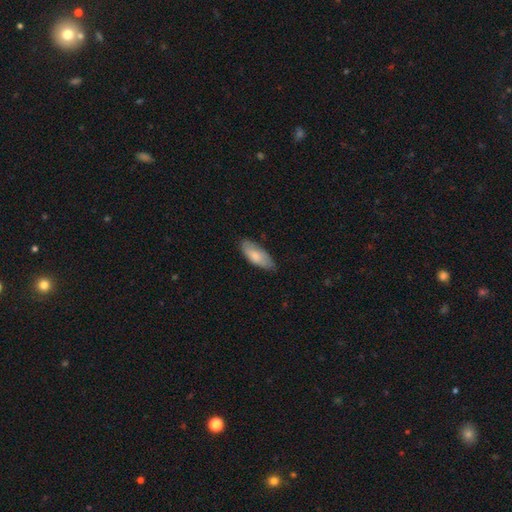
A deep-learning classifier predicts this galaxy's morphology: Smooth or featured? Predicted: smooth (p=0.79). How rounded? Predicted: in between (p=0.81). Merging? Predicted: none (p=0.69).